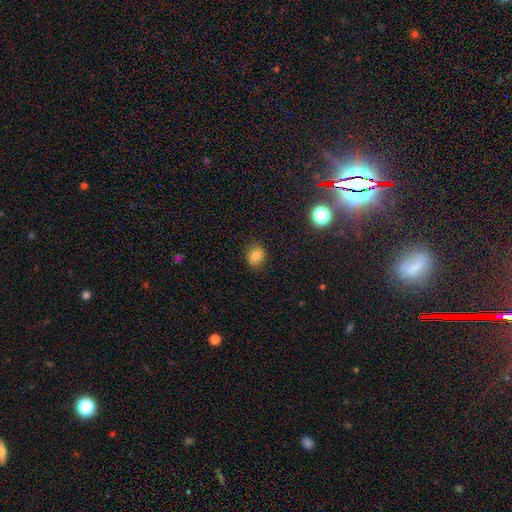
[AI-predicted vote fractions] A smooth galaxy with no disk features (80%) that is round (61%).

Vote fractions:
- Smooth or featured? smooth: 80% / star or artifact: 13% / featured or disk: 7%
- How rounded? round: 61% / in between: 38% / cigar-shaped: 1%
- Merging? none: 86% / minor disturbance: 10% / major disturbance: 3% / merger: 1%